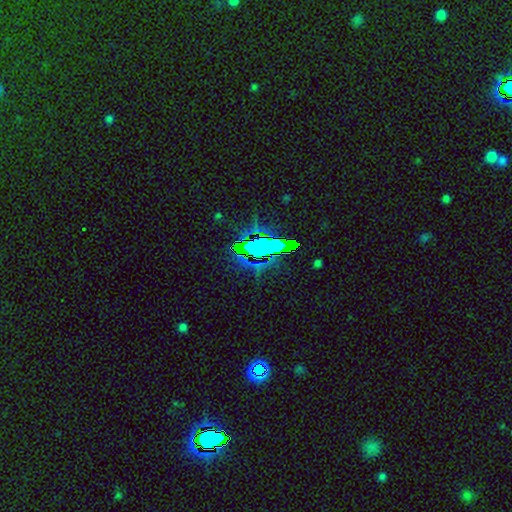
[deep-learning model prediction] Smooth or featured: star or artifact — 78% (smooth — 11%)